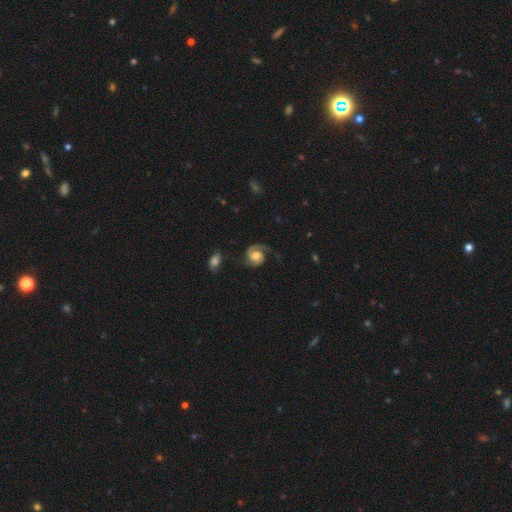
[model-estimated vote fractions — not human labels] Smooth or featured? featured or disk (81%)
Edge-on disk? no (98%)
Bar? no (57%)
Spiral arms? yes (96%)
Spiral winding? medium (50%)
Spiral arm count? 2 (74%)
Bulge size? moderate (50%)
Merging? none (67%)